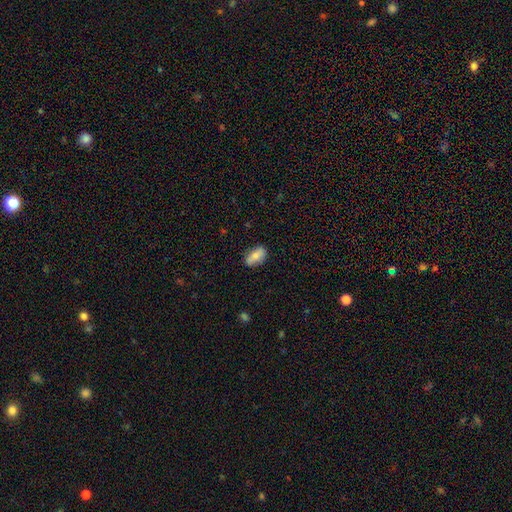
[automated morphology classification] The model was most divided on "merging": none: 80%, minor disturbance: 16%, major disturbance: 3%, merger: 1%. More confident: how rounded — in between (89%); smooth or featured — smooth (80%).